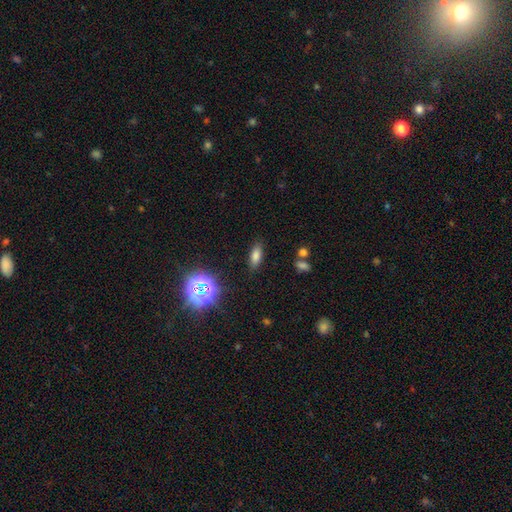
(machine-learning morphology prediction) A smooth galaxy with no disk features (73%) that is in between round and cigar-shaped (74%). Merging: none (85%).